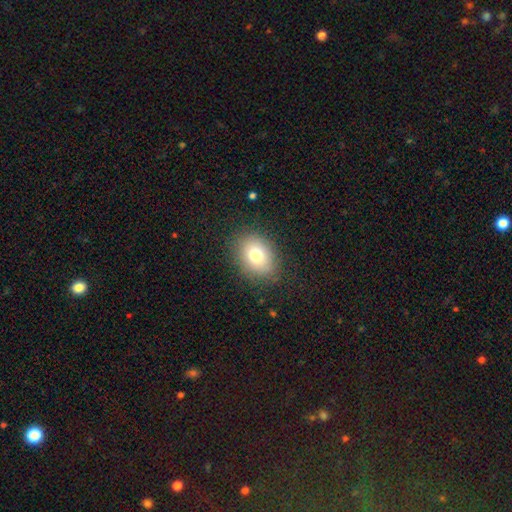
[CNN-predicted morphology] The model was most divided on "how rounded": in between: 63%, round: 36%, cigar-shaped: 1%. More confident: merging — none (82%); smooth or featured — smooth (76%).